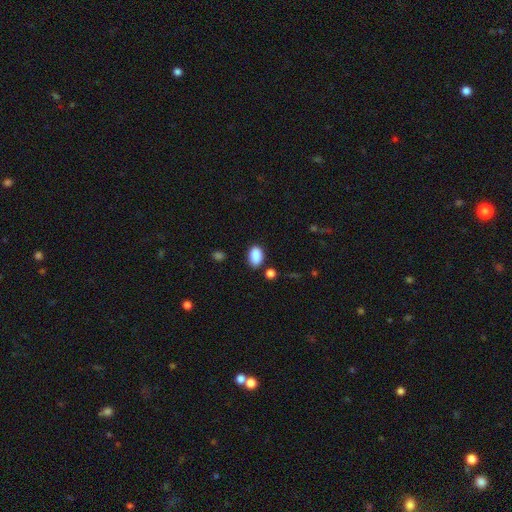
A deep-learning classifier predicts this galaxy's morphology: Smooth or featured: smooth — 89% (star or artifact — 8%)
How rounded: in between — 87% (round — 11%)
Merging: none — 82% (minor disturbance — 11%)